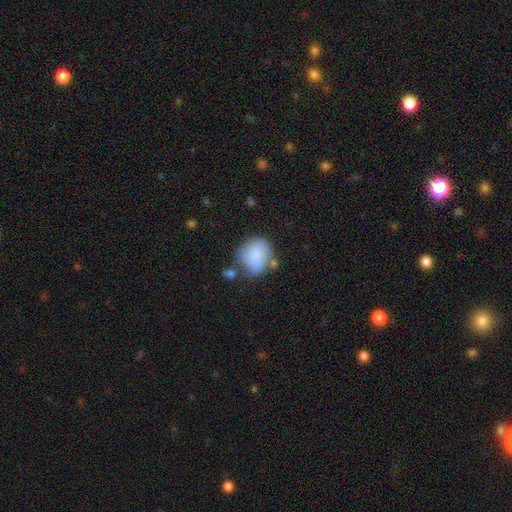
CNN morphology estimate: Smooth or featured?
  - smooth: 80% *
  - featured or disk: 13%
  - star or artifact: 7%
How rounded?
  - round: 71% *
  - in between: 28%
  - cigar-shaped: 1%
Merging?
  - none: 48% *
  - minor disturbance: 26%
  - merger: 15%
  - major disturbance: 12%